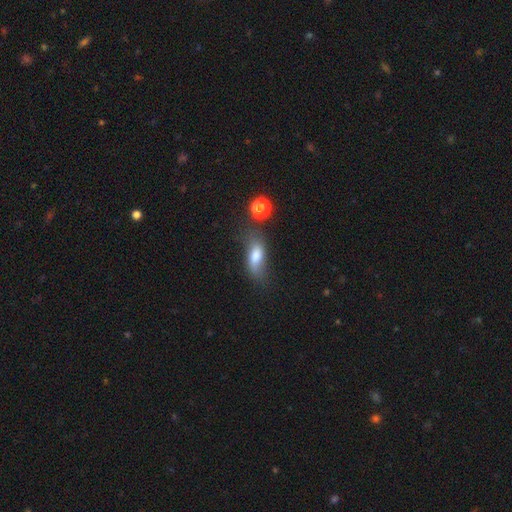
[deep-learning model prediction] This is likely a smooth galaxy (71%). How rounded: likely in between (74%). Merging: possibly none (48%).